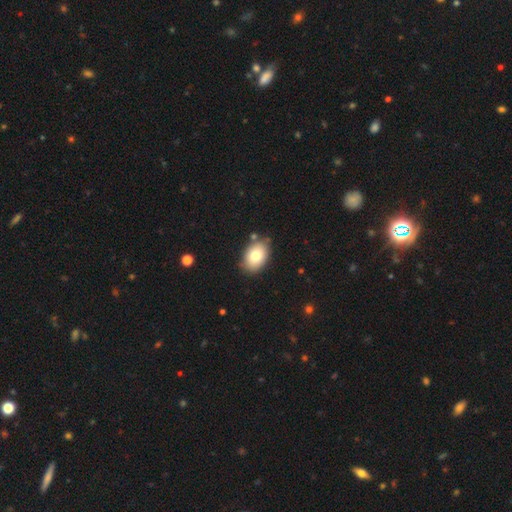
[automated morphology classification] A smooth galaxy with no disk features (78%) that is in between round and cigar-shaped (84%).

Vote fractions:
- Smooth or featured? smooth: 78% / featured or disk: 14% / star or artifact: 8%
- How rounded? in between: 84% / round: 15% / cigar-shaped: 1%
- Merging? none: 82% / minor disturbance: 12% / merger: 3% / major disturbance: 3%